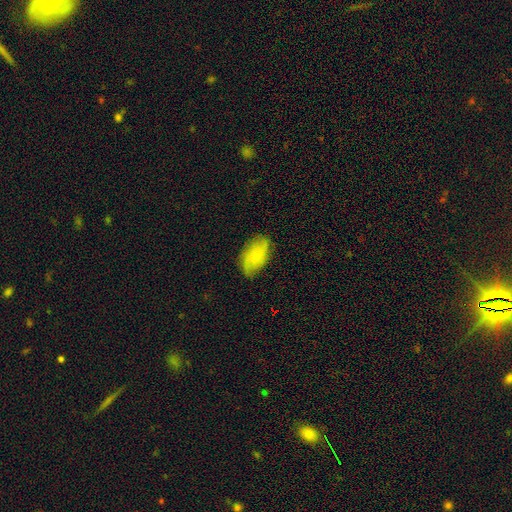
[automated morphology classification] The model was most divided on "smooth or featured": smooth: 58%, featured or disk: 34%, star or artifact: 8%. More confident: how rounded — in between (91%); merging — none (75%).